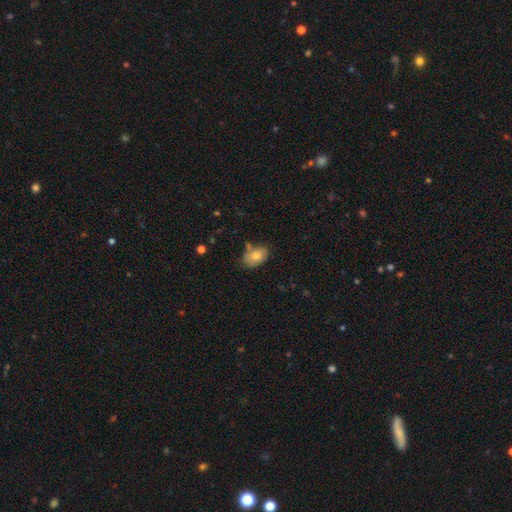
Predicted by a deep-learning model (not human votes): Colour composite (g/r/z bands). It shows a smooth galaxy with no disk features (73%) that is in between round and cigar-shaped (81%). Merging: none (62%).